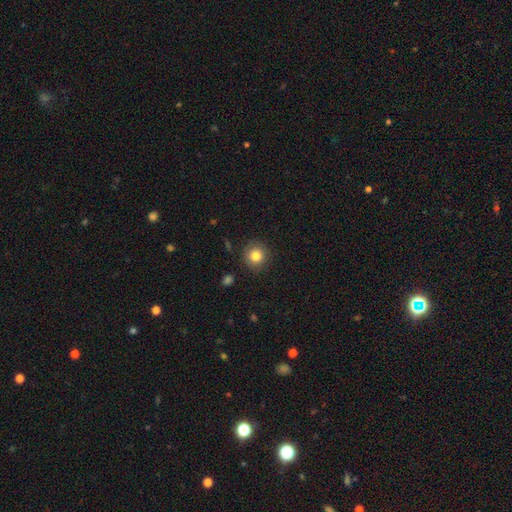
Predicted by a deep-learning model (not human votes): Overall: smooth (82%). How rounded: round (93%). Merging: none (89%).